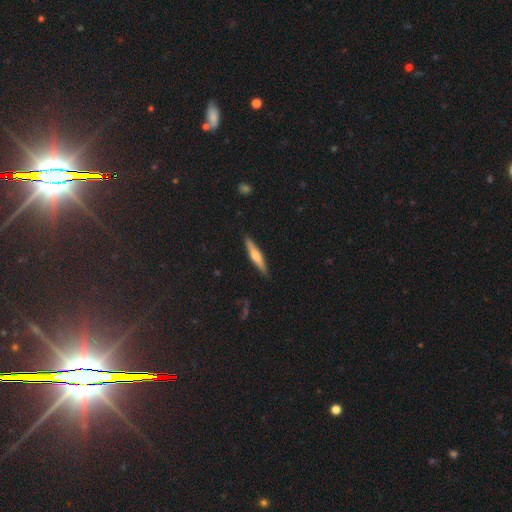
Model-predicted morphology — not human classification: Smooth or featured?
  - featured or disk: 48% *
  - smooth: 46%
  - star or artifact: 6%
Merging?
  - none: 89% *
  - minor disturbance: 8%
  - major disturbance: 2%
  - merger: 1%